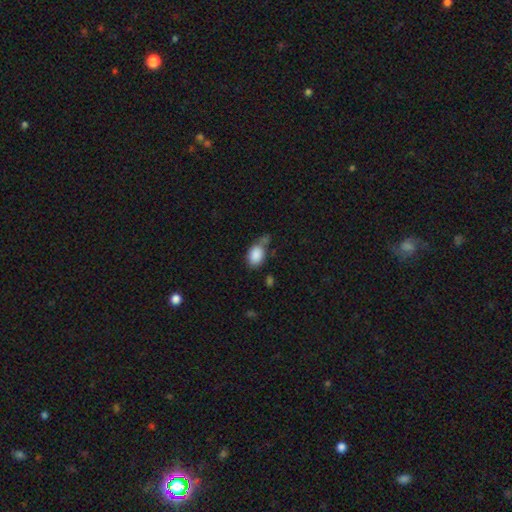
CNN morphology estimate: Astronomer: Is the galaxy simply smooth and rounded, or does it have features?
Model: smooth — 88%.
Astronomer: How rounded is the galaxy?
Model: in between — 83%.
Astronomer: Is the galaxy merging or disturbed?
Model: none — 52%.